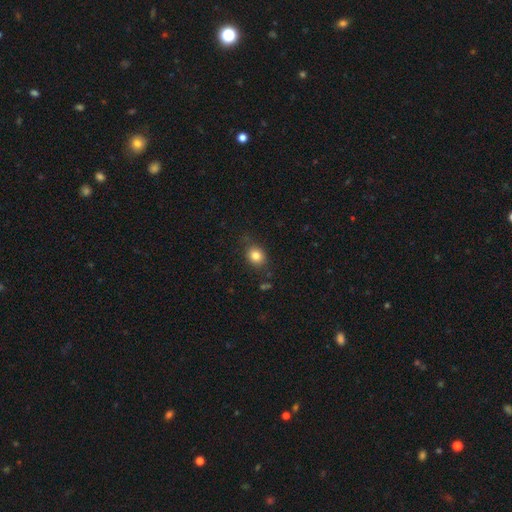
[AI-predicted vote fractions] Smooth or featured: smooth — 83% (star or artifact — 10%)
How rounded: round — 58% (in between — 41%)
Merging: none — 81% (minor disturbance — 14%)